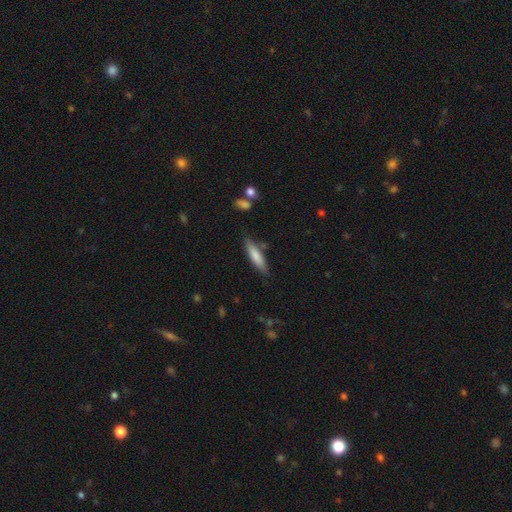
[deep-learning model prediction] Overall: smooth (77%). How rounded: cigar-shaped (76%). Merging: none (78%).